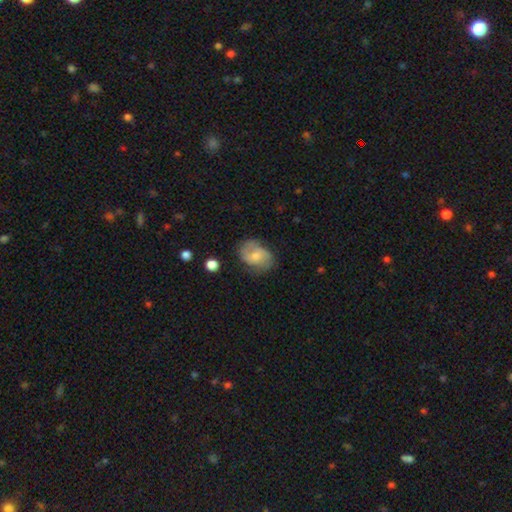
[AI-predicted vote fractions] This is possibly a featured or disk galaxy (50%). It is clearly not viewed edge-on (97%). Merging: likely none (65%).